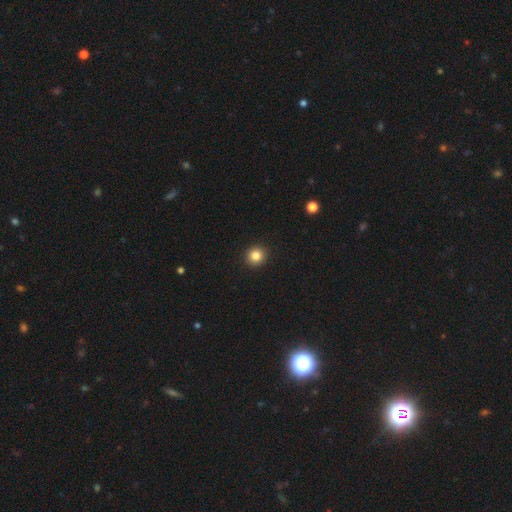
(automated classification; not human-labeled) Smooth or featured: smooth — 85% (star or artifact — 11%)
How rounded: round — 92% (in between — 7%)
Merging: none — 93% (minor disturbance — 4%)